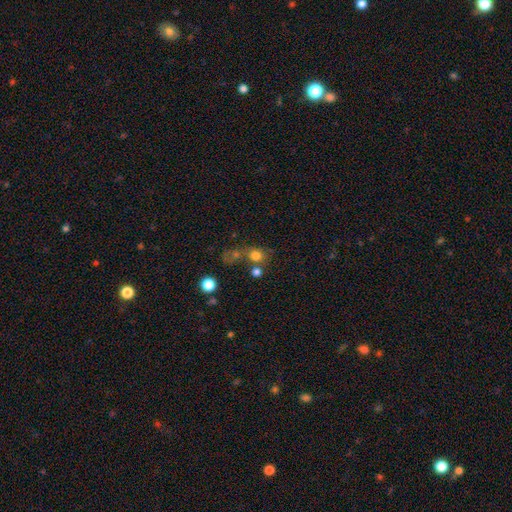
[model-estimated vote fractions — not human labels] The model was most divided on "merging": none: 48%, merger: 34%, minor disturbance: 10%, major disturbance: 8%. More confident: how rounded — round (82%); smooth or featured — smooth (74%).